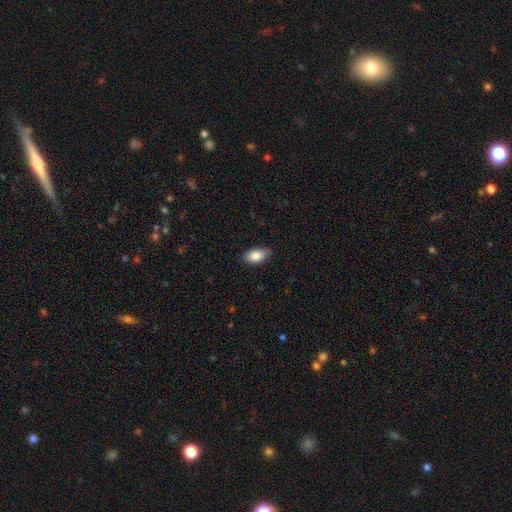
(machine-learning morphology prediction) Overall: smooth (86%). How rounded: in between (93%). Merging: none (83%).